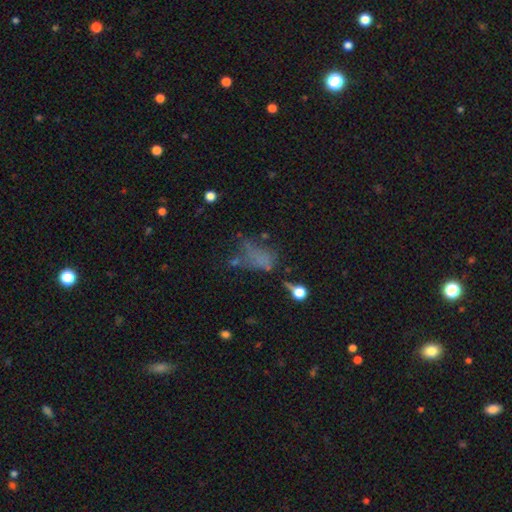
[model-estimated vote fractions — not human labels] Q: Smooth or featured?
A: smooth (46%); runner-up: featured or disk (28%)
Q: Merging?
A: none (35%); tied with: major disturbance (35%)